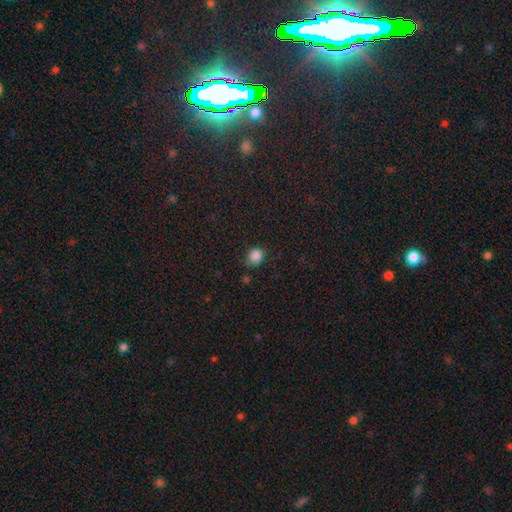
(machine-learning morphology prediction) smooth 85%, star or artifact 11%, featured or disk 4%. Down the decision tree: how rounded — round (67%); merging — none (71%).